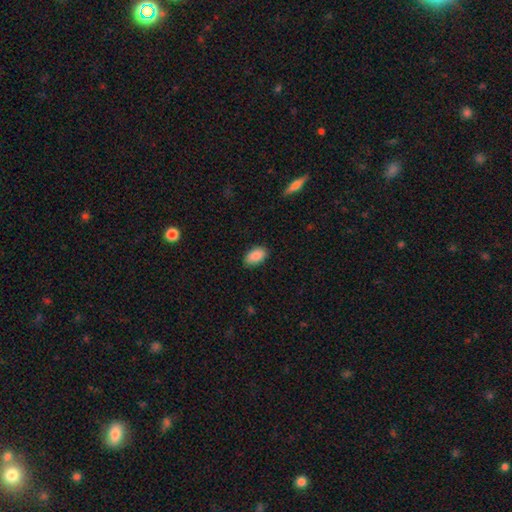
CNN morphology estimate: Smooth or featured? Predicted: smooth (p=0.89). How rounded? Predicted: in between (p=0.94). Merging? Predicted: none (p=0.85).